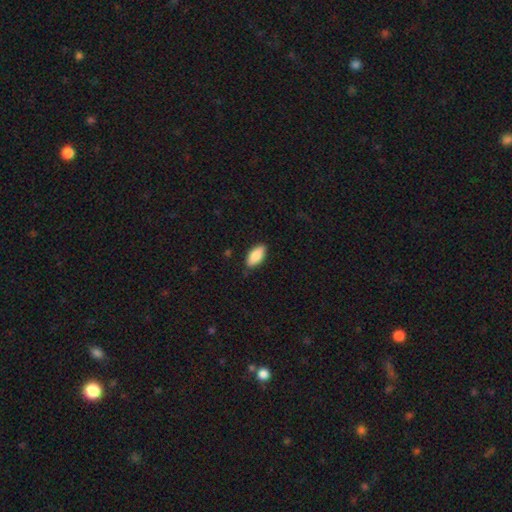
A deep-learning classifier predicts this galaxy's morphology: Smooth or featured? Predicted: smooth (p=0.84). How rounded? Predicted: in between (p=0.87). Merging? Predicted: none (p=0.85).